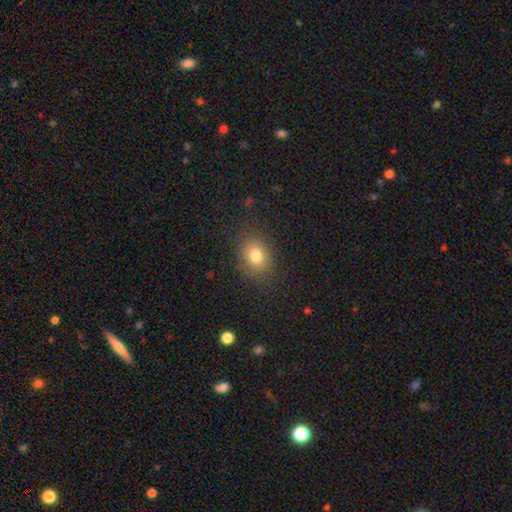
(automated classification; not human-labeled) Smooth or featured? smooth (78%)
How rounded? in between (53%)
Merging? none (82%)